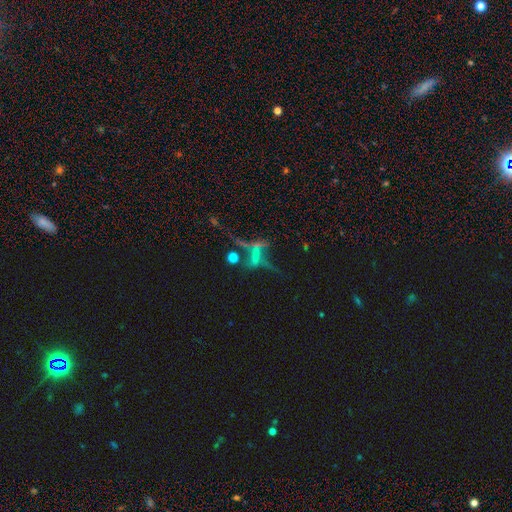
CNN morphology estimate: A featured or disk galaxy (44%).

Vote fractions:
- Smooth or featured? featured or disk: 44% / star or artifact: 33% / smooth: 23%
- Merging? none: 33% / major disturbance: 29% / merger: 27% / minor disturbance: 12%